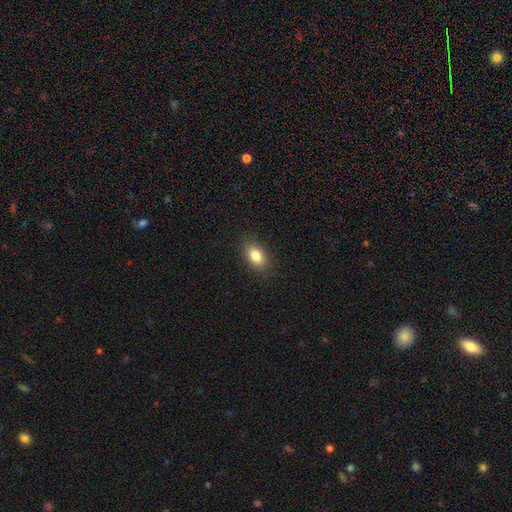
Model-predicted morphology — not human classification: type=smooth (83%); roundness=in between (86%); merging=none (87%).